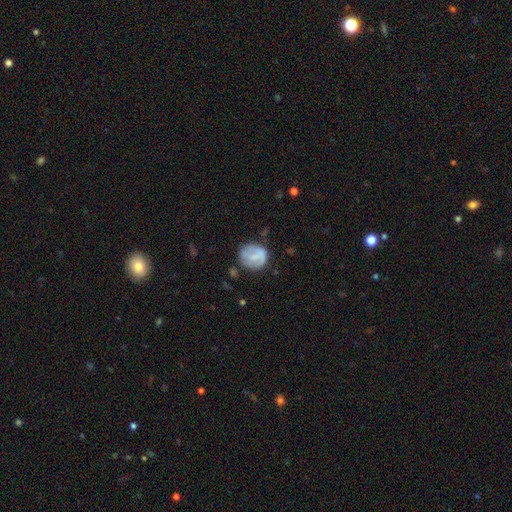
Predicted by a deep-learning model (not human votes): Morphology: type=smooth (59%); roundness=round (82%); merging=none (67%).